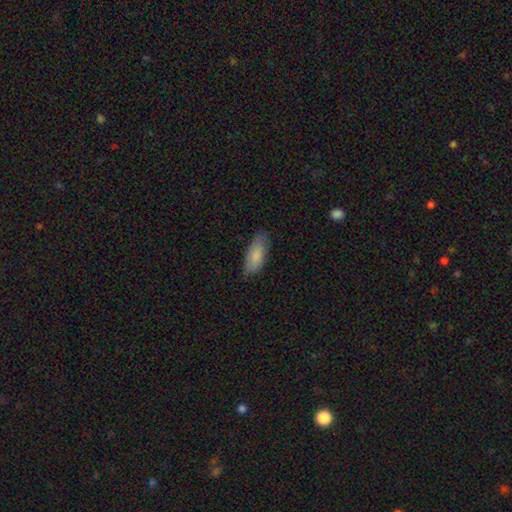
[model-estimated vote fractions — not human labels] Smooth or featured? Predicted: smooth (p=0.83). How rounded? Predicted: in between (p=0.79). Merging? Predicted: none (p=0.77).